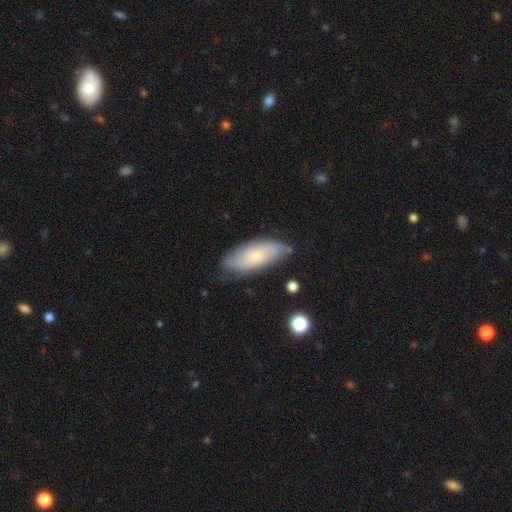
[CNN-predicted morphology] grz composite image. It shows a featured or disk galaxy (57%). Merging: none (73%).